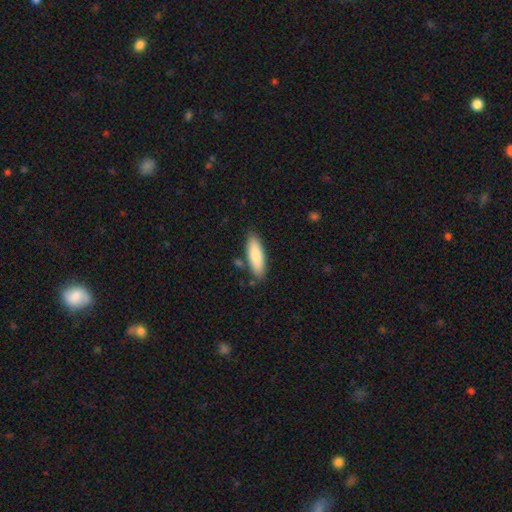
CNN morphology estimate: A smooth galaxy with no disk features (82%) that is cigar-shaped (51%). Merging: none (83%).